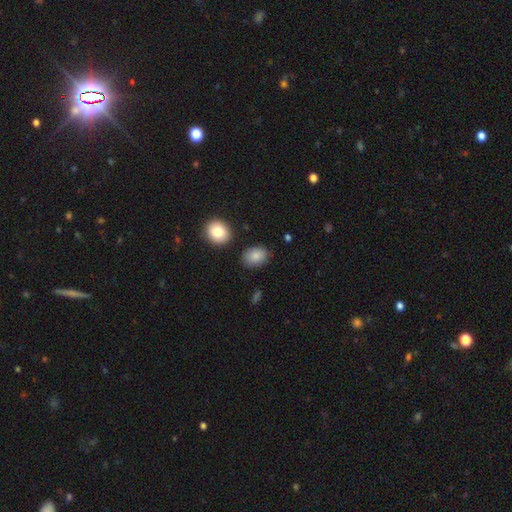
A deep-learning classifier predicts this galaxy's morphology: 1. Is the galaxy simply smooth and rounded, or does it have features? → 86% smooth, 8% star or artifact, 6% featured or disk.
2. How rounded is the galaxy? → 73% in between, 25% round, 1% cigar-shaped.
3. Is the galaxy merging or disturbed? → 82% none, 12% minor disturbance, 3% merger, 3% major disturbance.